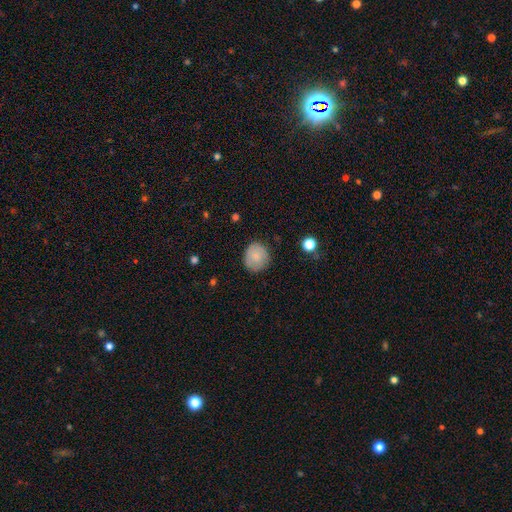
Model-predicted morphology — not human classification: This appears to be a smooth galaxy with no disk features (80%) that is round (80%). Merging: none (81%).